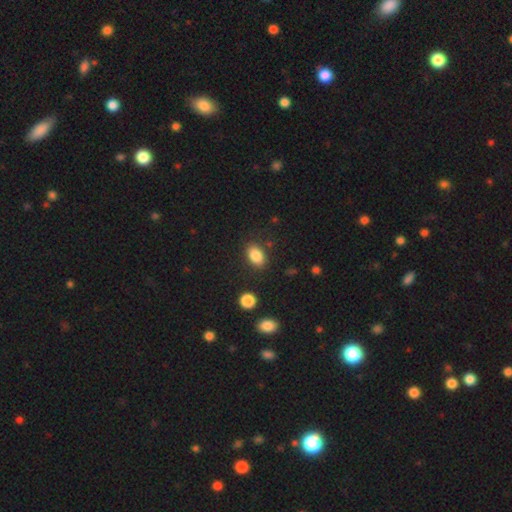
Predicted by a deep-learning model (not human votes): Smooth or featured? Predicted: smooth (p=0.85). How rounded? Predicted: in between (p=0.86). Merging? Predicted: none (p=0.85).